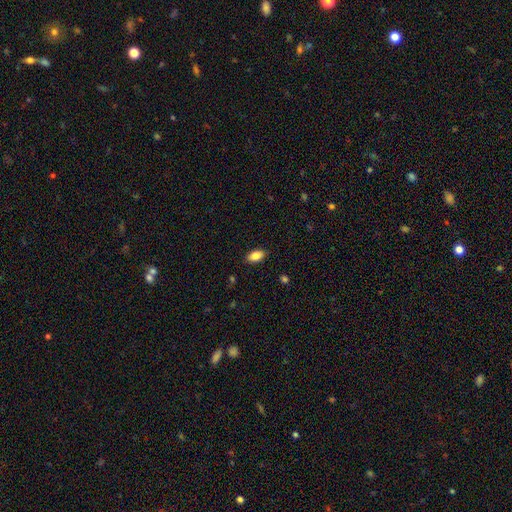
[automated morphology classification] type=smooth (87%); roundness=in between (92%); merging=none (88%).